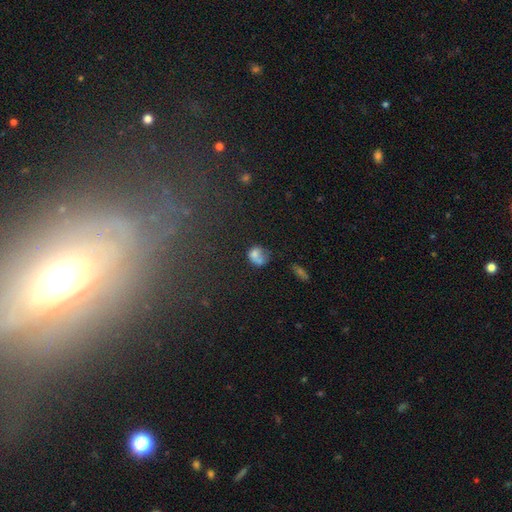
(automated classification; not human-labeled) A smooth galaxy with no disk features (64%) that is round (57%).

Vote fractions:
- Smooth or featured? smooth: 64% / featured or disk: 22% / star or artifact: 14%
- How rounded? round: 57% / in between: 42% / cigar-shaped: 2%
- Merging? none: 33% / merger: 28% / minor disturbance: 22% / major disturbance: 18%